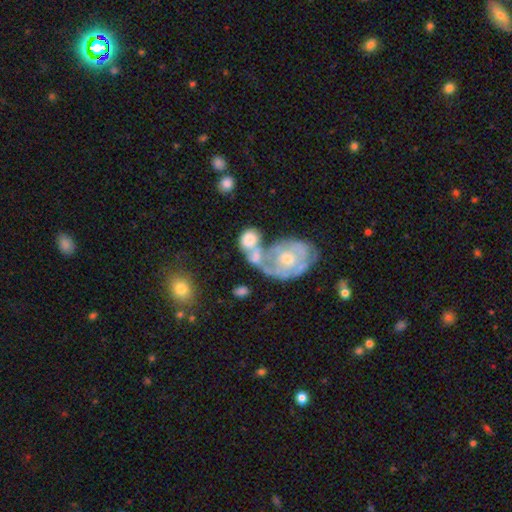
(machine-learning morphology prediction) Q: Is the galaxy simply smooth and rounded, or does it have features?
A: featured or disk — 53%.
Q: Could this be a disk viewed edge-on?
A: no — 96%.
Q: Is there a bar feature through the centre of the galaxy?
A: no — 84%.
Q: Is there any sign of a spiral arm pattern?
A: no — 60%.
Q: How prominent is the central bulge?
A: moderate — 43%.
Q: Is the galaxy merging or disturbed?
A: merger — 60%.